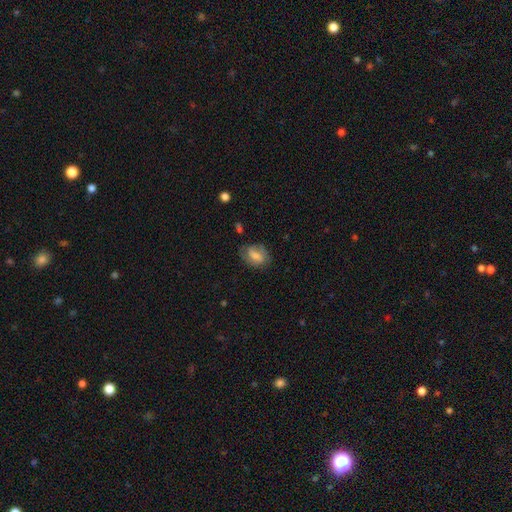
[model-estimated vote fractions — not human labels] smooth-or-featured: smooth: 57% | featured or disk: 35% | star or artifact: 8%
  how-rounded: in between: 80% | round: 17% | cigar-shaped: 3%
  merging: none: 65% | minor disturbance: 24% | major disturbance: 9% | merger: 2%